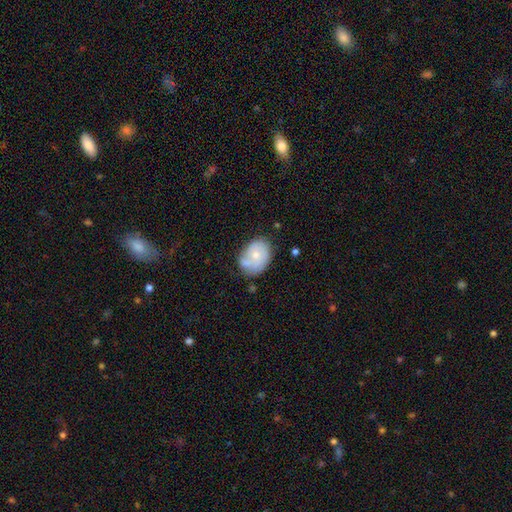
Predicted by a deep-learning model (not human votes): smooth 51%, featured or disk 42%, star or artifact 7%. Down the decision tree: how rounded — in between (65%); merging — none (50%).